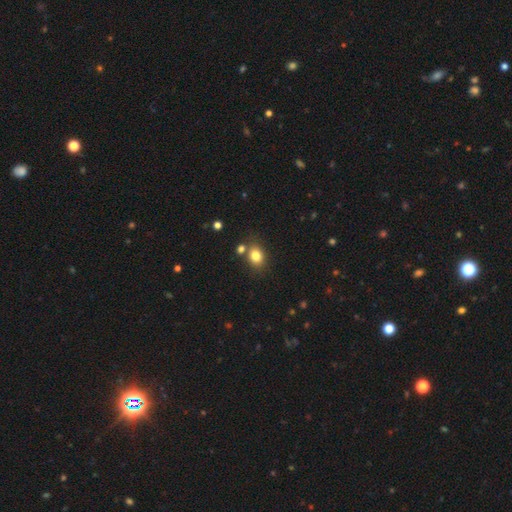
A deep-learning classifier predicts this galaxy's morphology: smooth_or_featured: smooth (p=0.81) [alt: star or artifact p=0.11]
how_rounded: in between (p=0.55) [alt: round p=0.44]
merging: none (p=0.72) [alt: merger p=0.13]